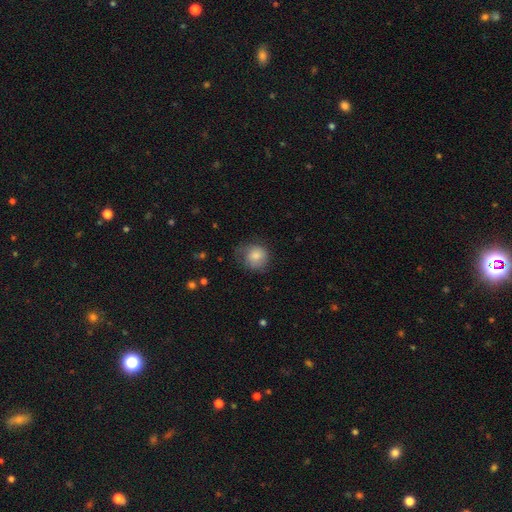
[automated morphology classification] Smooth or featured: smooth — 80% (featured or disk — 12%)
How rounded: round — 78% (in between — 21%)
Merging: none — 55% (minor disturbance — 29%)